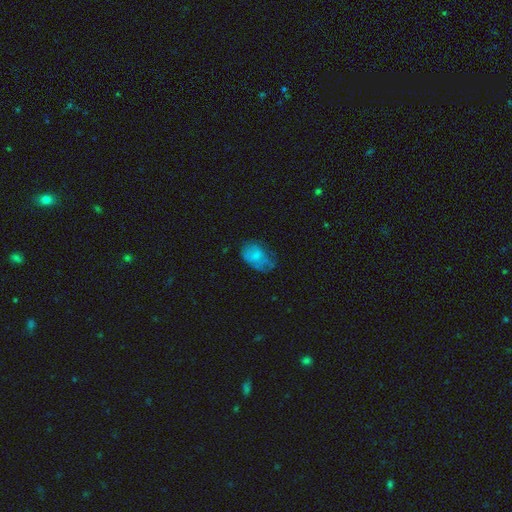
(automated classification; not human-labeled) This appears to be a smooth galaxy with no disk features (64%) that is in between round and cigar-shaped (83%). Merging: none (42%).